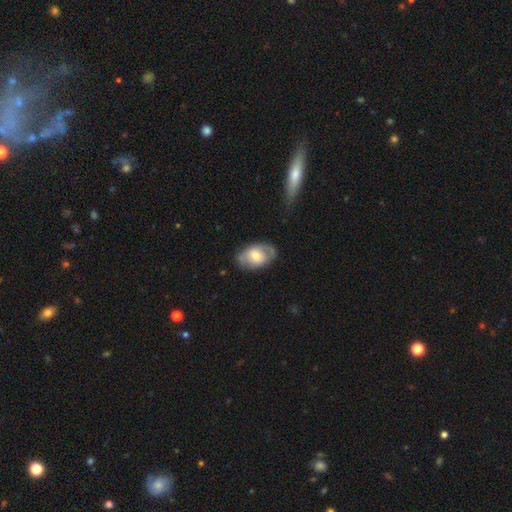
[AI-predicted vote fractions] Morphology: type=featured or disk (47%, tied with smooth); merging=none (69%).